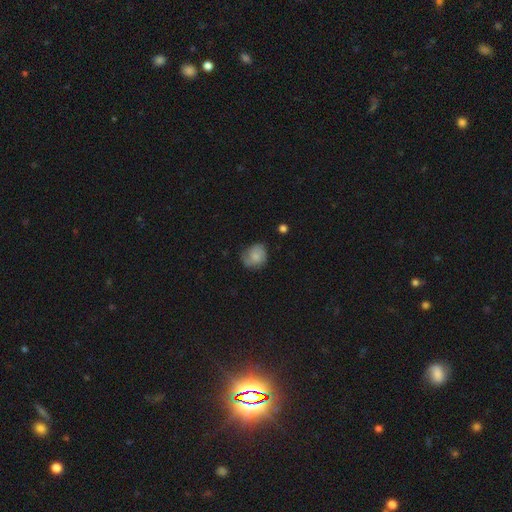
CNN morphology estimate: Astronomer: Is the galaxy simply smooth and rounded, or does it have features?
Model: smooth — 62%.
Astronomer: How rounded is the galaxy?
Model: round — 70%.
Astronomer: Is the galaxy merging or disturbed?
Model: none — 59%.